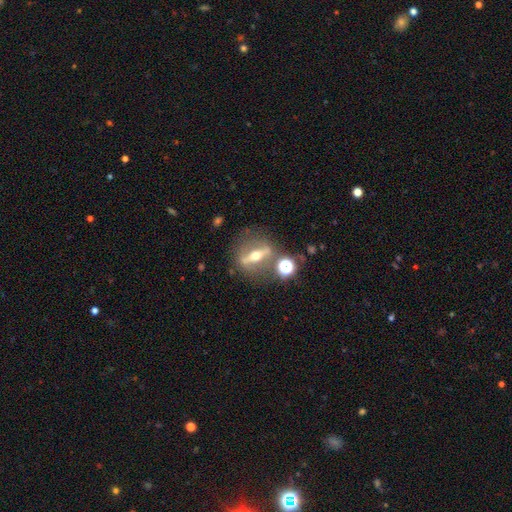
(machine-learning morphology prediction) smooth_or_featured: featured or disk (p=0.75) [alt: smooth p=0.15]
disk_edge_on: yes (p=0.63) [alt: no p=0.37]
merging: none (p=0.73) [alt: minor disturbance p=0.12]